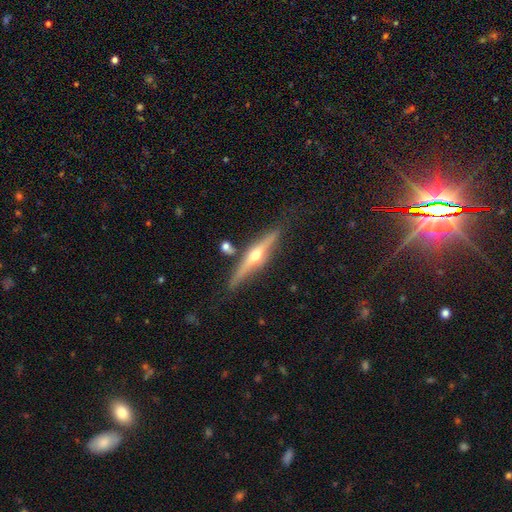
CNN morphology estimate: Smooth or featured: featured or disk — 76% (smooth — 18%)
Edge-on disk: yes — 96% (no — 4%)
Edge-on bulge: rounded — 94% (none — 3%)
Merging: none — 81% (minor disturbance — 11%)